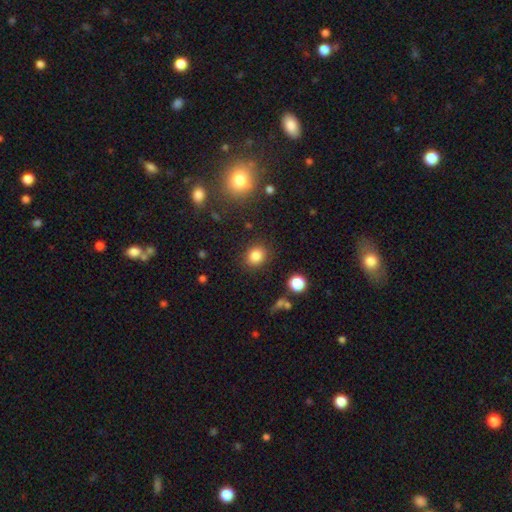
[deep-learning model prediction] Smooth or featured? smooth (84%)
How rounded? round (67%)
Merging? none (86%)